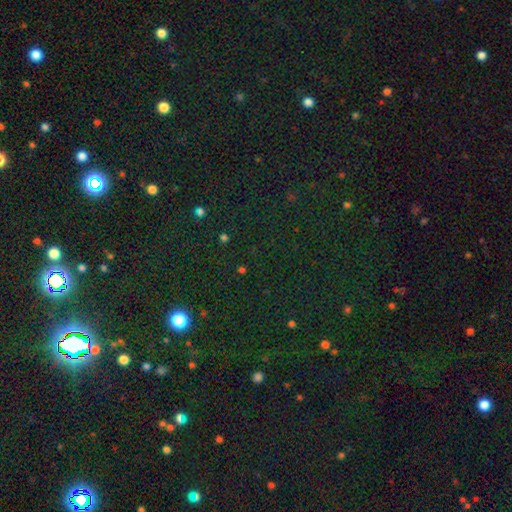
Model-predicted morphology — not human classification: Q: Smooth or featured?
A: star or artifact (77%); runner-up: smooth (16%)